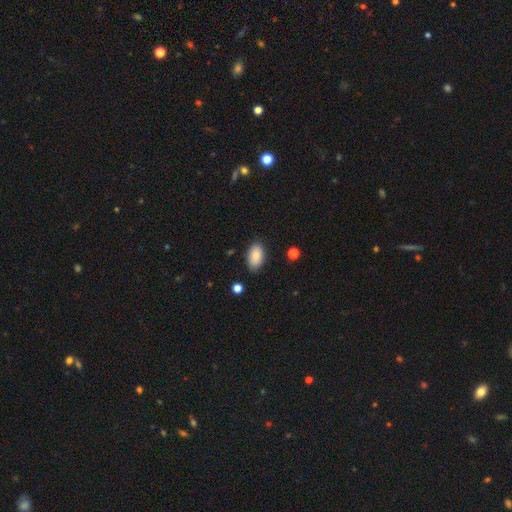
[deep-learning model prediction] A smooth galaxy with no disk features (85%) that is in between round and cigar-shaped (94%). Merging: none (84%).